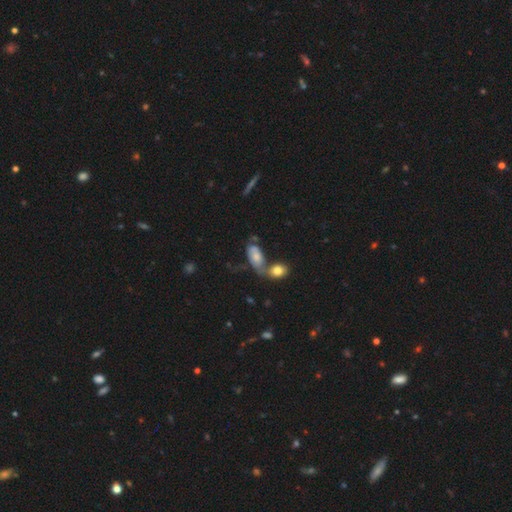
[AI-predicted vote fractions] Q: Smooth or featured?
A: smooth (64%); runner-up: featured or disk (27%)
Q: How rounded?
A: in between (90%); runner-up: round (5%)
Q: Merging?
A: merger (49%); runner-up: none (25%)